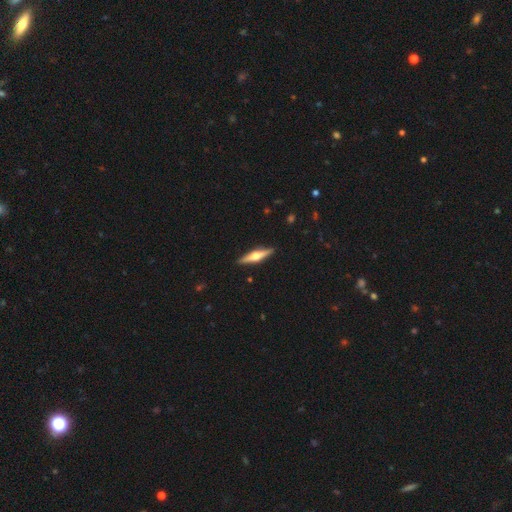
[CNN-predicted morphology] type=featured or disk (69%); edge-on=yes (97%); edge-on bulge=rounded (94%); merging=none (91%).